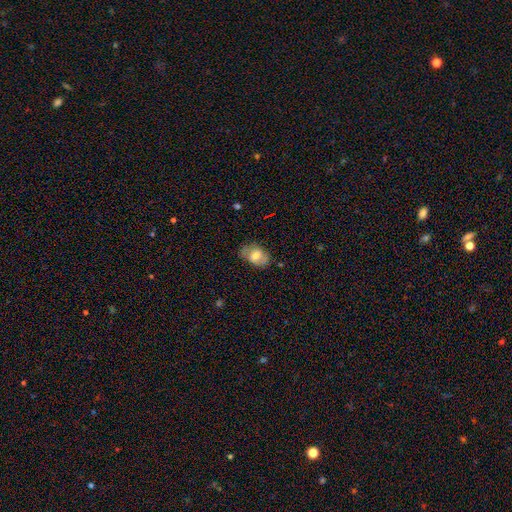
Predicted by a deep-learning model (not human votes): Smooth or featured? Predicted: smooth (p=0.58). How rounded? Predicted: in between (p=0.81). Merging? Predicted: none (p=0.66).